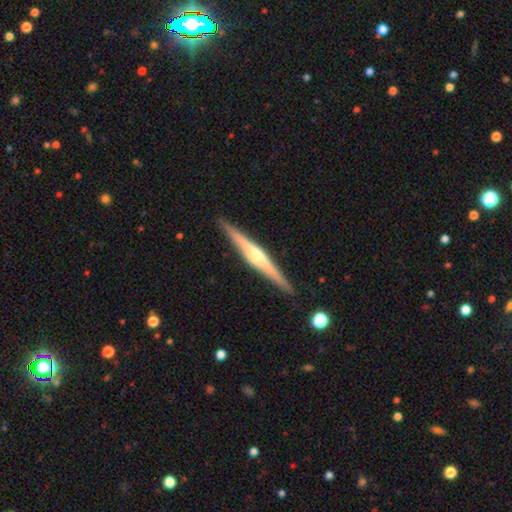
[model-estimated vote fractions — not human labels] featured or disk 79%, smooth 17%, star or artifact 5%. Down the decision tree: edge-on disk — yes (98%); edge-on bulge — rounded (83%); merging — none (91%).